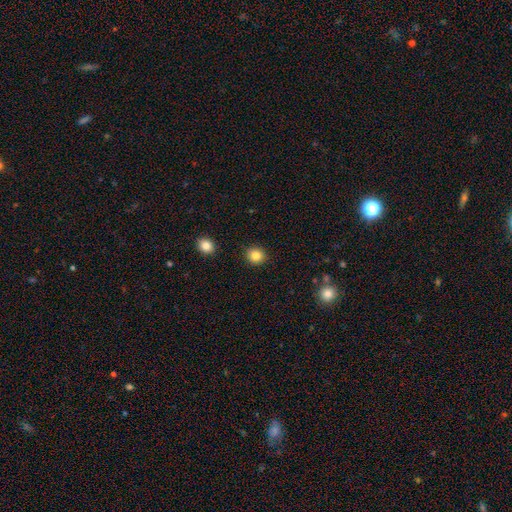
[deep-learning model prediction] Overall: smooth (85%). How rounded: round (85%). Merging: none (91%).